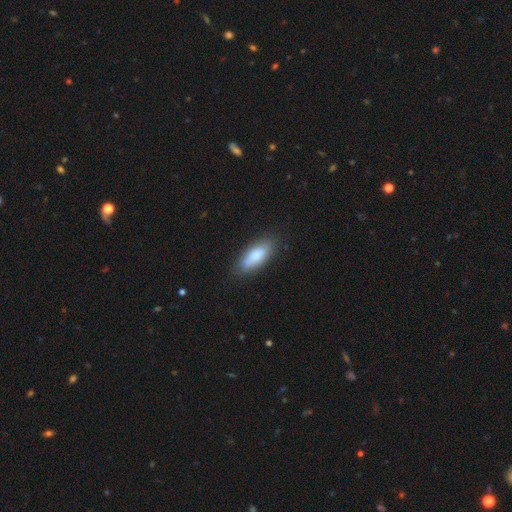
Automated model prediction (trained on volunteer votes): The model was most divided on "how rounded": in between: 78%, cigar-shaped: 20%, round: 2%. More confident: smooth or featured — smooth (81%); merging — none (80%).